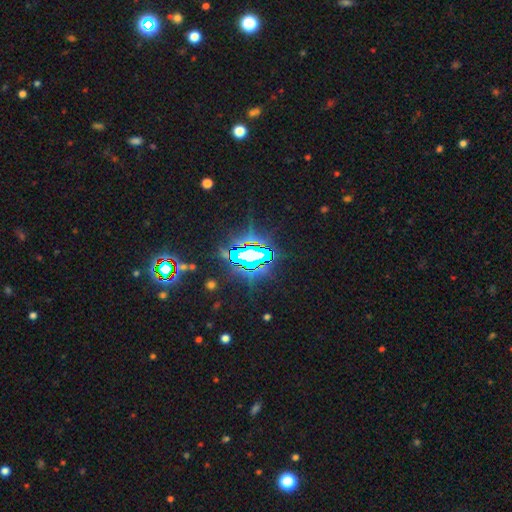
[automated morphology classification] Smooth or featured? Predicted: star or artifact (p=0.76).